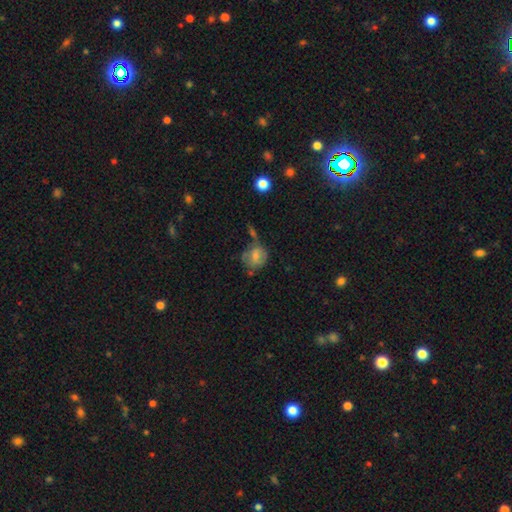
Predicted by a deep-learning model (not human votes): A smooth galaxy with no disk features (66%) that is round (65%). Merging: none (39%).